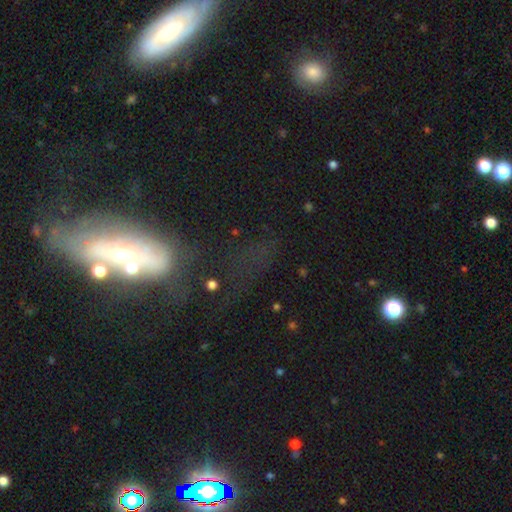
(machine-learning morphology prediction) smooth_or_featured: featured or disk (p=0.43) [alt: smooth p=0.32]
merging: none (p=0.35) [alt: major disturbance p=0.27]